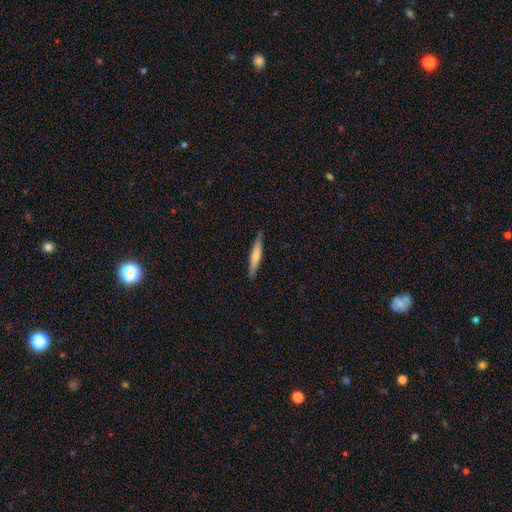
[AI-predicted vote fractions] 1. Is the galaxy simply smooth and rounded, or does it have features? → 55% smooth, 40% featured or disk, 5% star or artifact.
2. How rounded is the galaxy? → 92% cigar-shaped, 7% in between, 1% round.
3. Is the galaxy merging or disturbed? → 87% none, 10% minor disturbance, 2% major disturbance, 1% merger.